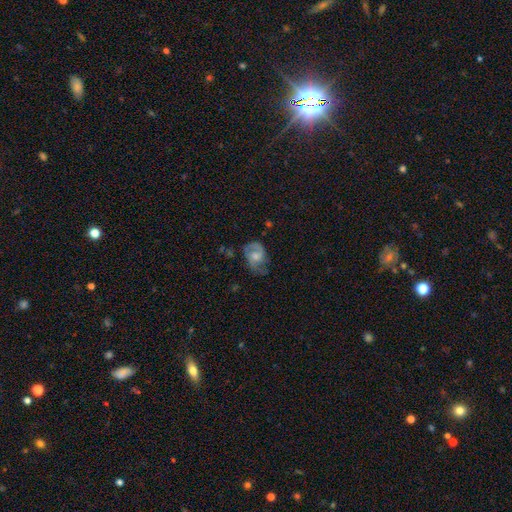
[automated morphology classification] Smooth or featured?
  - featured or disk: 67% *
  - smooth: 26%
  - star or artifact: 7%
Edge-on disk?
  - no: 97% *
  - yes: 3%
Bar?
  - no: 61% *
  - weak: 34%
  - strong: 5%
Spiral arms?
  - yes: 88% *
  - no: 12%
Spiral winding?
  - medium: 49% *
  - loose: 26%
  - tight: 25%
Spiral arm count?
  - 2: 76% *
  - can't tell: 11%
  - 1: 8%
  - 3: 3%
  - 4: 1%
  - more than 4: 1%
Bulge size?
  - moderate: 48% *
  - small: 32%
  - none: 9%
  - large: 9%
  - dominant: 1%
Merging?
  - none: 52% *
  - minor disturbance: 27%
  - major disturbance: 18%
  - merger: 2%